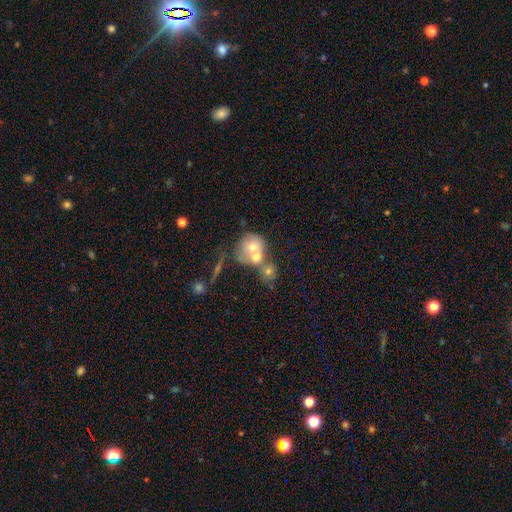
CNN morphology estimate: type=smooth (57%); roundness=round (72%); merging=merger (62%).